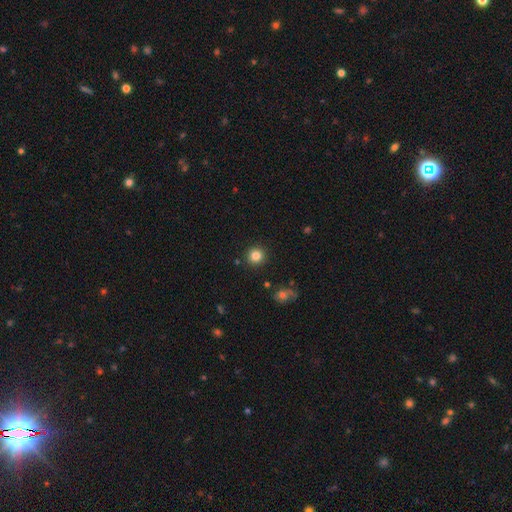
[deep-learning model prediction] A smooth galaxy with no disk features (83%) that is round (93%). Merging: none (91%).